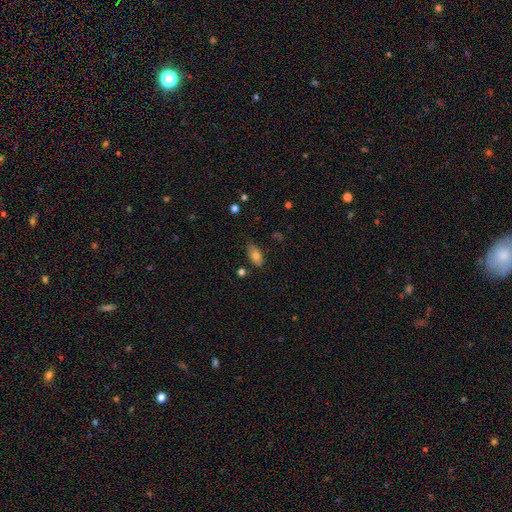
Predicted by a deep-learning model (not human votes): Smooth or featured?
  - smooth: 79% *
  - featured or disk: 13%
  - star or artifact: 8%
How rounded?
  - in between: 90% *
  - cigar-shaped: 6%
  - round: 4%
Merging?
  - none: 76% *
  - minor disturbance: 18%
  - major disturbance: 3%
  - merger: 2%